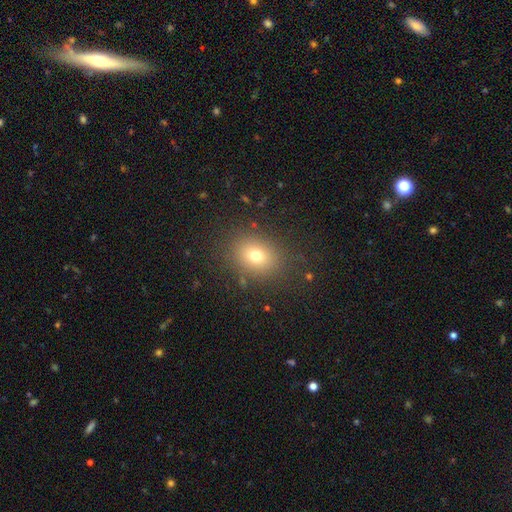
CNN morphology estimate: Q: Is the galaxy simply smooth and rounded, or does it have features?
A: smooth — 73%.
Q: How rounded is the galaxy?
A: round — 57%.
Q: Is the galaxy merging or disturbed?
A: none — 84%.